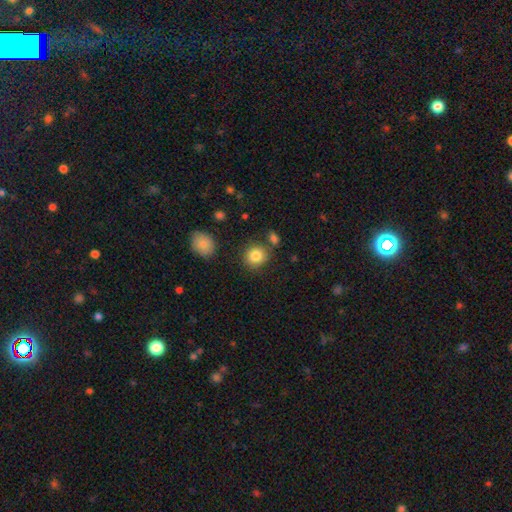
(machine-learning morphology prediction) A smooth galaxy with no disk features (85%) that is round (85%).

Vote fractions:
- Smooth or featured? smooth: 85% / star or artifact: 9% / featured or disk: 6%
- How rounded? round: 85% / in between: 14% / cigar-shaped: 1%
- Merging? none: 79% / minor disturbance: 10% / merger: 7% / major disturbance: 3%